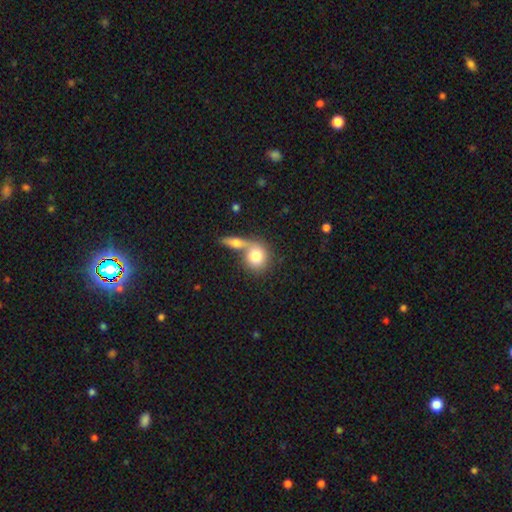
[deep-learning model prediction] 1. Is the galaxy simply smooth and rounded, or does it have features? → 77% smooth, 16% featured or disk, 7% star or artifact.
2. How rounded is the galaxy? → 74% round, 24% in between, 2% cigar-shaped.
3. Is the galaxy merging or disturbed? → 50% merger, 37% none, 8% minor disturbance, 5% major disturbance.